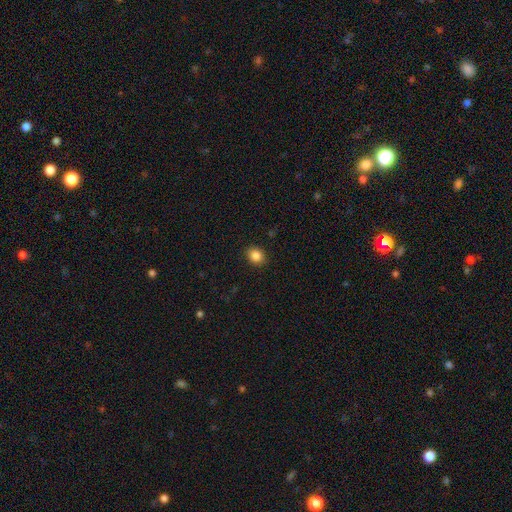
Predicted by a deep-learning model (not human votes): This is clearly a smooth galaxy (86%). How rounded: possibly round (60%). Merging: clearly none (89%).